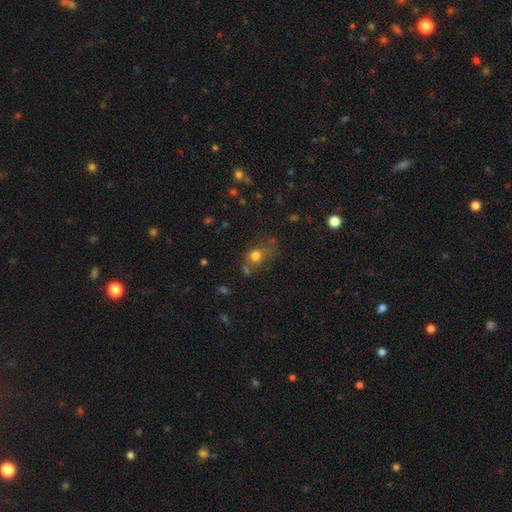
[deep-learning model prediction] Morphology: type=smooth (74%); roundness=round (63%); merging=none (48%).